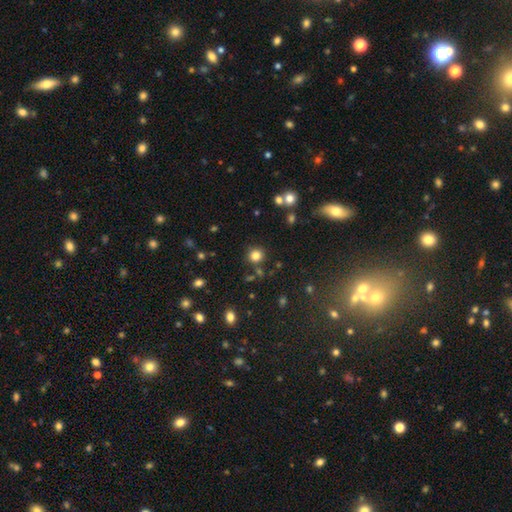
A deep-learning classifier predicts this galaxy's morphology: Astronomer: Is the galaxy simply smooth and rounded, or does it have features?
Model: smooth — 81%.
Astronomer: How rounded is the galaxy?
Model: round — 90%.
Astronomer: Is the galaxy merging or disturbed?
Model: none — 84%.